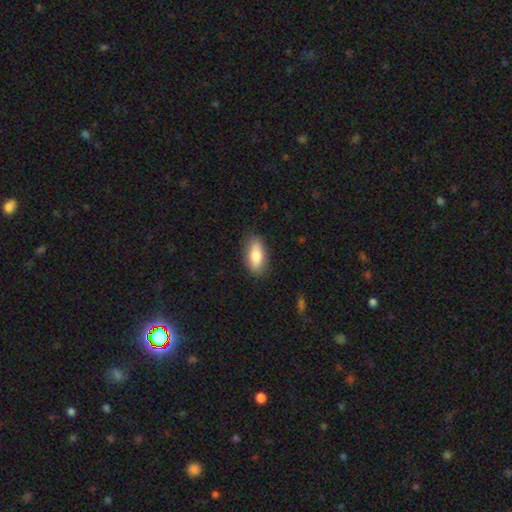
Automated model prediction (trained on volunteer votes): Smooth or featured? smooth (79%)
How rounded? in between (78%)
Merging? none (84%)